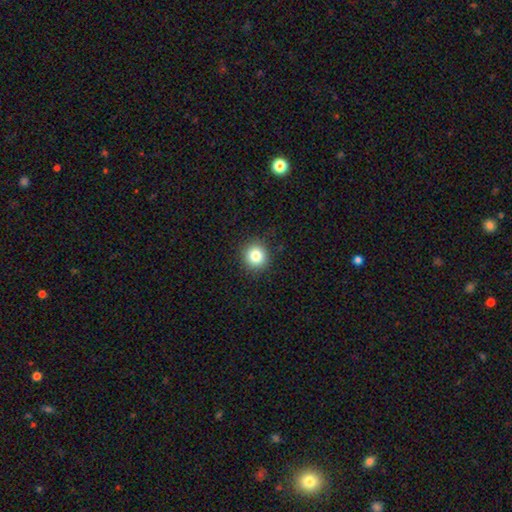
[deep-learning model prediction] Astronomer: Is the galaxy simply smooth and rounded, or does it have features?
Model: smooth — 82%.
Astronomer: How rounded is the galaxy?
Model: round — 91%.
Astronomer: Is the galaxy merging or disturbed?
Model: none — 91%.